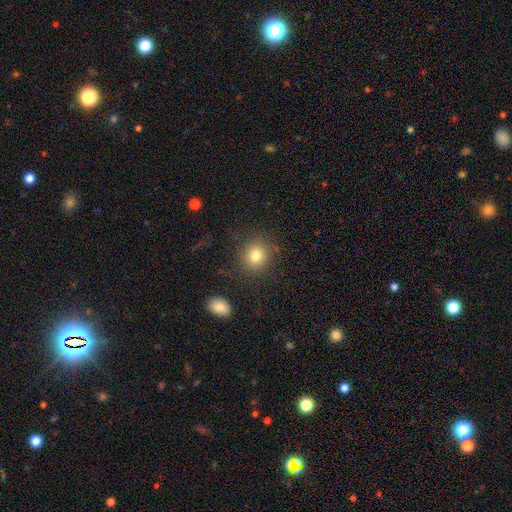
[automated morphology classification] Smooth or featured?
  - smooth: 80% *
  - star or artifact: 12%
  - featured or disk: 8%
How rounded?
  - round: 84% *
  - in between: 15%
  - cigar-shaped: 1%
Merging?
  - none: 85% *
  - minor disturbance: 9%
  - major disturbance: 4%
  - merger: 3%